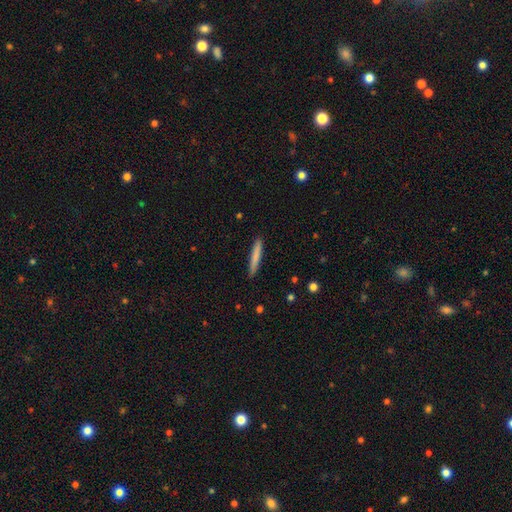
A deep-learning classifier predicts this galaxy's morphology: type=smooth (78%); roundness=cigar-shaped (95%); merging=none (90%).